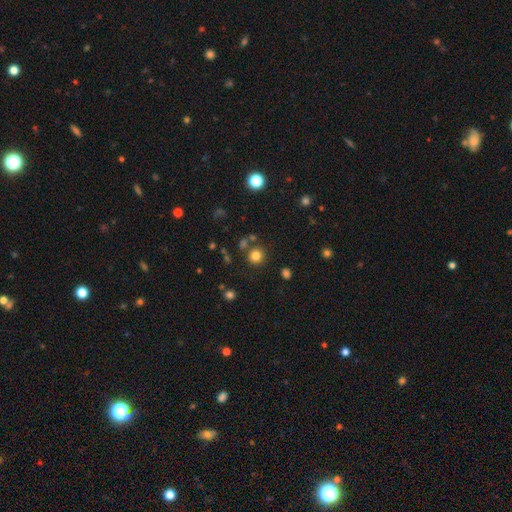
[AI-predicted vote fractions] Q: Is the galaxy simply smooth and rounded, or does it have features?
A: smooth — 80%.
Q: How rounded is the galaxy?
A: round — 91%.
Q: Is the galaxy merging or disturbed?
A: none — 82%.